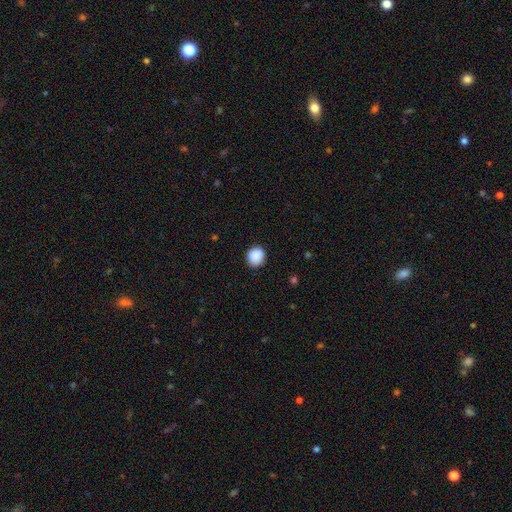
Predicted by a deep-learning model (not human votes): Smooth or featured? smooth (89%)
How rounded? round (87%)
Merging? none (89%)